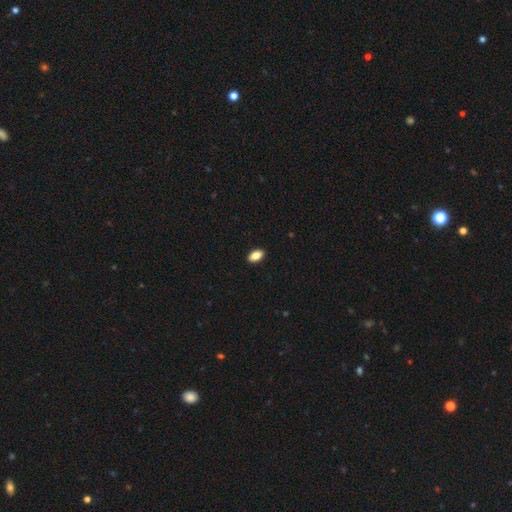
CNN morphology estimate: A smooth galaxy with no disk features (85%) that is in between round and cigar-shaped (91%).

Vote fractions:
- Smooth or featured? smooth: 85% / star or artifact: 8% / featured or disk: 8%
- How rounded? in between: 91% / round: 5% / cigar-shaped: 4%
- Merging? none: 91% / minor disturbance: 7% / major disturbance: 1% / merger: 1%